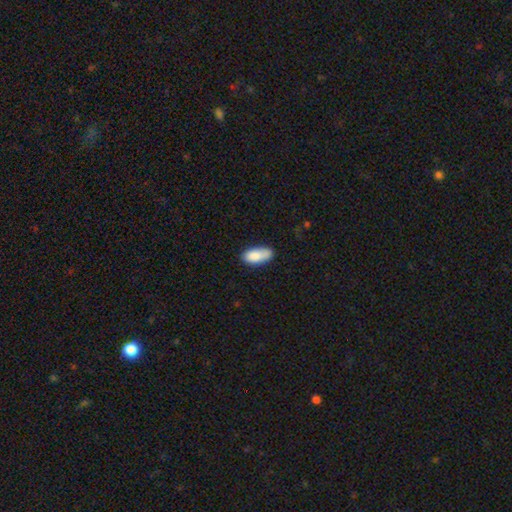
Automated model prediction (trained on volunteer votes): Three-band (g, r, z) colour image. It shows a smooth galaxy with no disk features (86%) that is in between round and cigar-shaped (88%). Merging: none (68%).